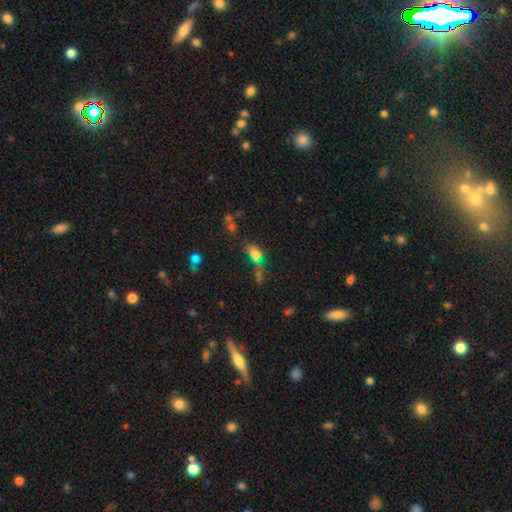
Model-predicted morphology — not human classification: smooth_or_featured: smooth (p=0.59) [alt: star or artifact p=0.27]
how_rounded: in between (p=0.73) [alt: round p=0.16]
merging: none (p=0.41) [alt: merger p=0.28]